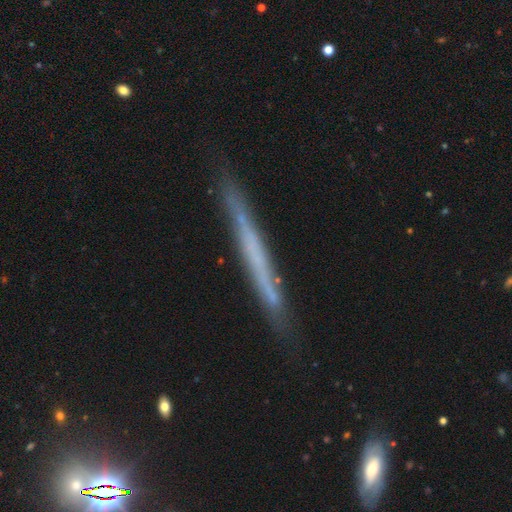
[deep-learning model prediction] smooth_or_featured: featured or disk (p=0.58) [alt: smooth p=0.34]
disk_edge_on: yes (p=0.94) [alt: no p=0.06]
edge_on_bulge: none (p=0.90) [alt: rounded p=0.06]
merging: none (p=0.83) [alt: minor disturbance p=0.13]